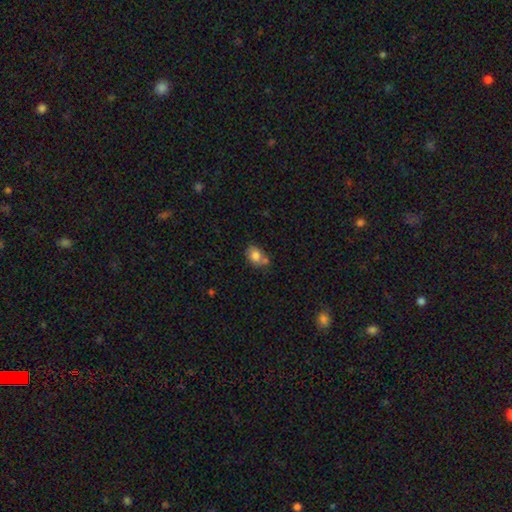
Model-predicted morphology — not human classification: This is likely a smooth galaxy (79%). How rounded: likely in between (66%). Merging: marginally none (44%).